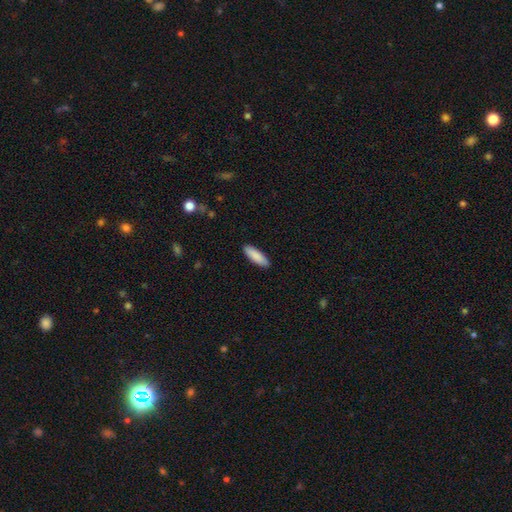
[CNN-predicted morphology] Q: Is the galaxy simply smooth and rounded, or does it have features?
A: smooth — 89%.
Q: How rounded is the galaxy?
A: in between — 51%.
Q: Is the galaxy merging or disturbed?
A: none — 90%.